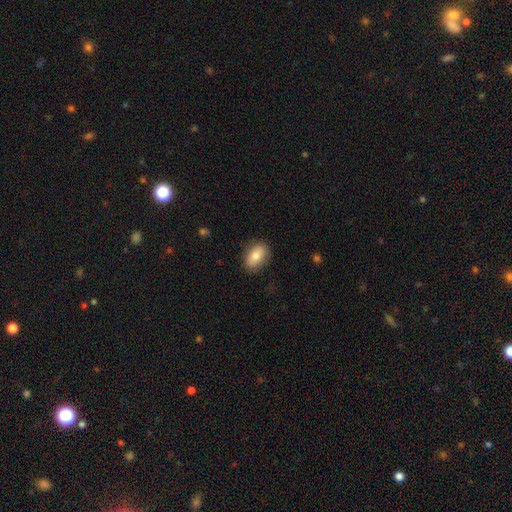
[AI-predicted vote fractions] smooth_or_featured: smooth (p=0.79) [alt: featured or disk p=0.14]
how_rounded: in between (p=0.88) [alt: round p=0.09]
merging: none (p=0.84) [alt: minor disturbance p=0.12]